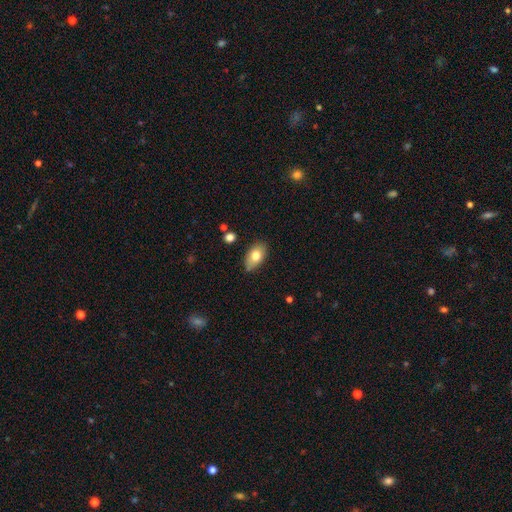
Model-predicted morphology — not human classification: A smooth galaxy with no disk features (76%) that is in between round and cigar-shaped (91%). Merging: none (78%).